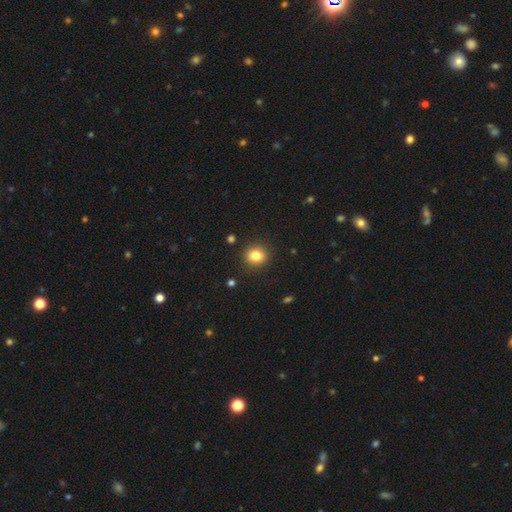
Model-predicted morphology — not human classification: This appears to be a smooth galaxy with no disk features (83%) that is round (80%). Merging: none (89%).